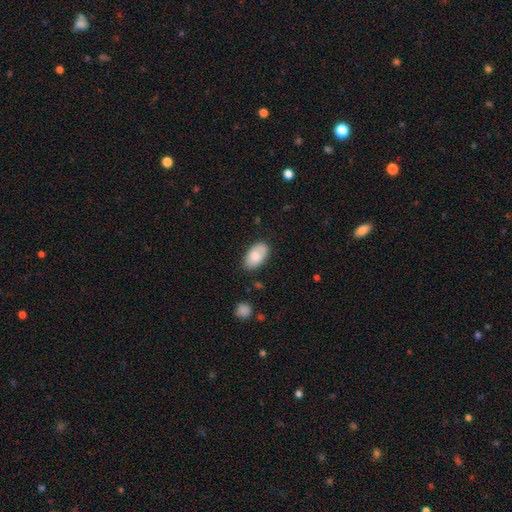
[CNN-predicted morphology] smooth-or-featured: smooth: 80% | featured or disk: 14% | star or artifact: 6%
  how-rounded: in between: 95% | round: 4% | cigar-shaped: 2%
  merging: none: 77% | minor disturbance: 17% | major disturbance: 3% | merger: 2%